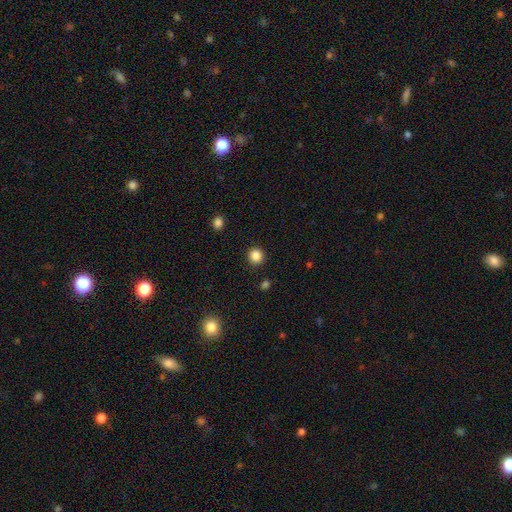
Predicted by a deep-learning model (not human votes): Overall: smooth (86%). How rounded: round (93%). Merging: none (91%).